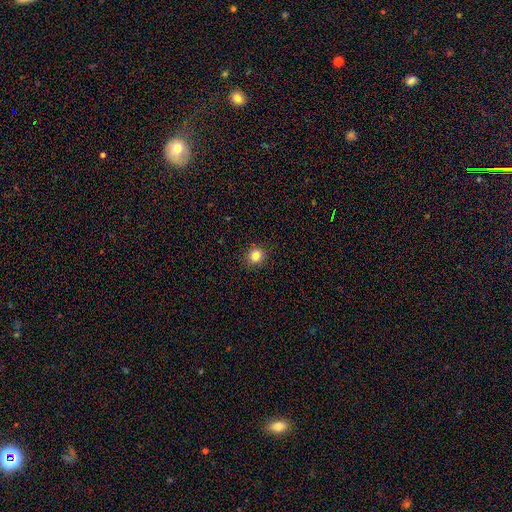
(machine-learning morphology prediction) smooth 83%, star or artifact 12%, featured or disk 5%. Down the decision tree: how rounded — round (81%); merging — none (91%).